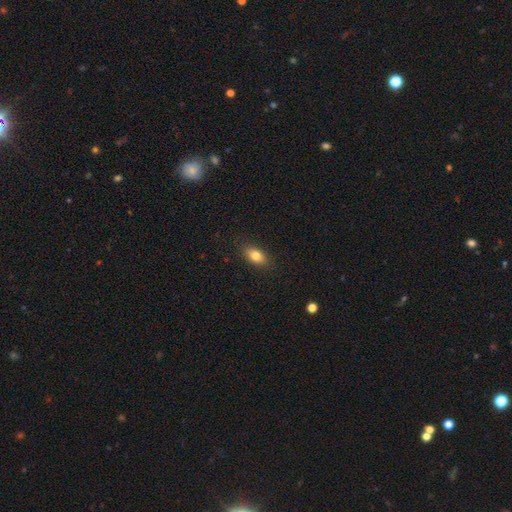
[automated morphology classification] type=smooth (80%); roundness=in between (87%); merging=none (87%).